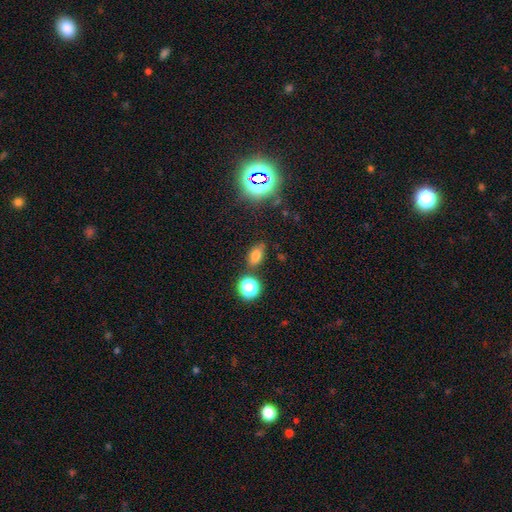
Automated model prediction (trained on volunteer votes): smooth-or-featured: smooth: 72% | star or artifact: 19% | featured or disk: 9%
  how-rounded: in between: 79% | round: 17% | cigar-shaped: 3%
  merging: none: 75% | minor disturbance: 15% | merger: 6% | major disturbance: 4%